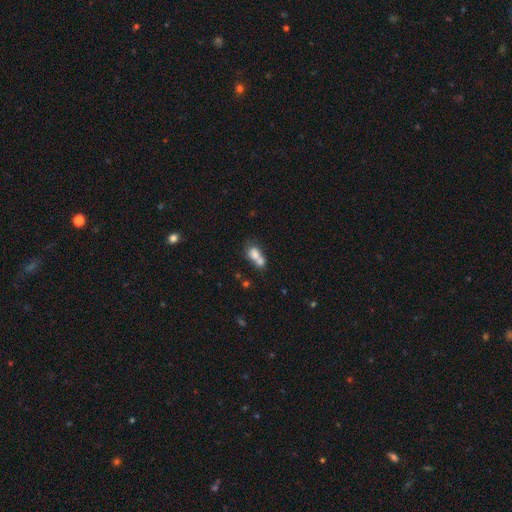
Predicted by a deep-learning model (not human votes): smooth 73%, featured or disk 17%, star or artifact 11%. Down the decision tree: how rounded — in between (57%); merging — merger (68%).